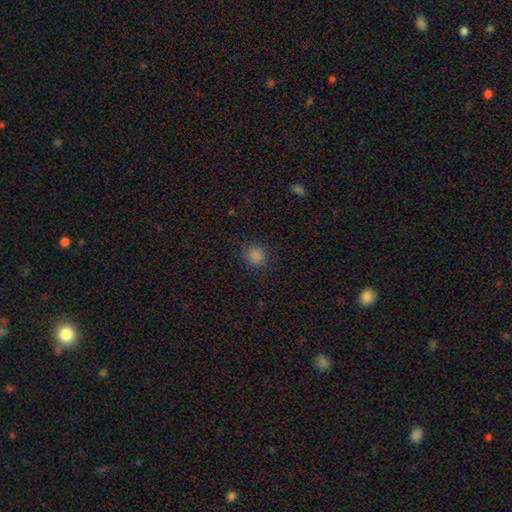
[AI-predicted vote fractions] smooth_or_featured: smooth (p=0.84) [alt: star or artifact p=0.13]
how_rounded: round (p=0.88) [alt: in between p=0.11]
merging: none (p=0.88) [alt: minor disturbance p=0.08]